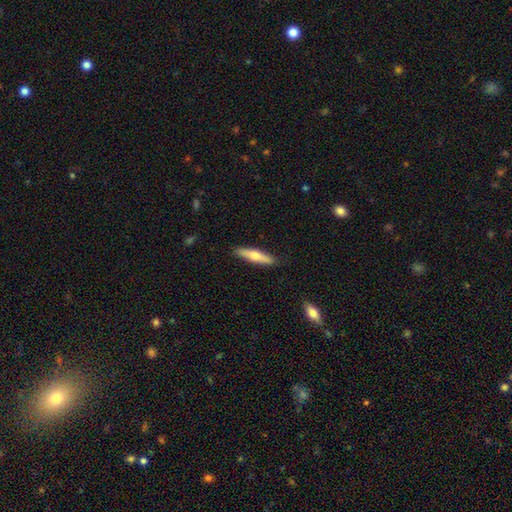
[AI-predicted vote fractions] Smooth or featured: smooth — 56% (featured or disk — 38%)
How rounded: cigar-shaped — 82% (in between — 16%)
Merging: none — 88% (minor disturbance — 9%)